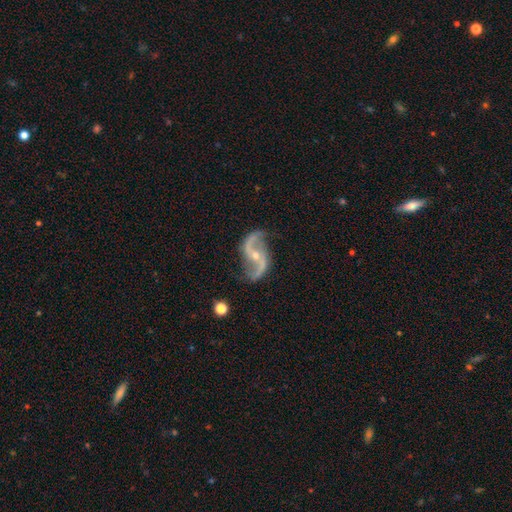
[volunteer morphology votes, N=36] Smooth or featured? 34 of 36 (94%) said featured or disk. Edge-on disk? 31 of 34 (91%) said no. Bar? 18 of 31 (58%) said no. Spiral arms? 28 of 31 (90%) said yes. Spiral winding? 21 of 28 (75%) said loose. Spiral arm count? 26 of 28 (93%) said 2. Bulge size? 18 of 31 (58%) said small. Merging? 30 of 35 (86%) said none.